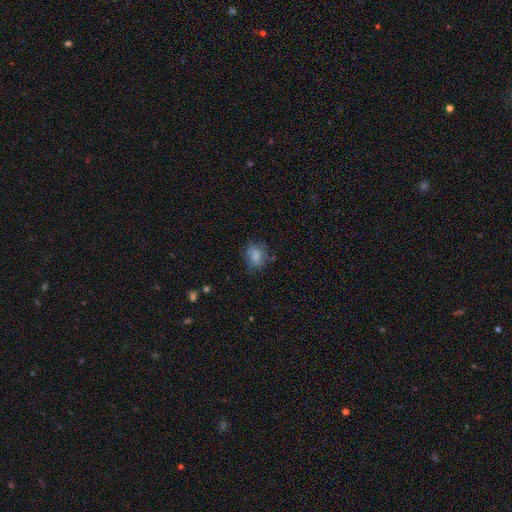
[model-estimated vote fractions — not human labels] smooth-or-featured: smooth: 82% | featured or disk: 9% | star or artifact: 9%
  how-rounded: round: 50% | in between: 49% | cigar-shaped: 1%
  merging: none: 68% | minor disturbance: 23% | major disturbance: 7% | merger: 3%